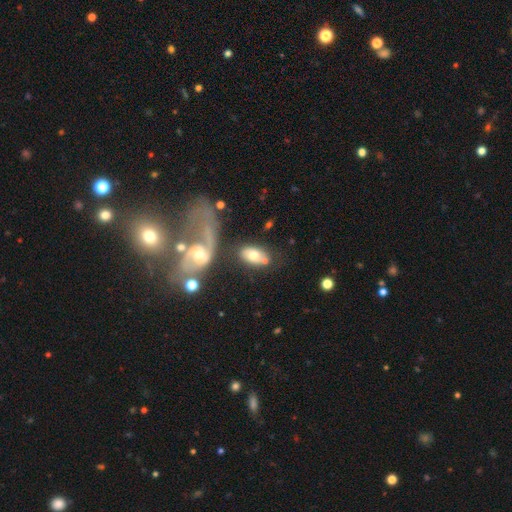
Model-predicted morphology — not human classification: smooth-or-featured: smooth: 62% | featured or disk: 31% | star or artifact: 7%
  how-rounded: in between: 87% | round: 11% | cigar-shaped: 2%
  merging: none: 57% | merger: 21% | minor disturbance: 15% | major disturbance: 8%